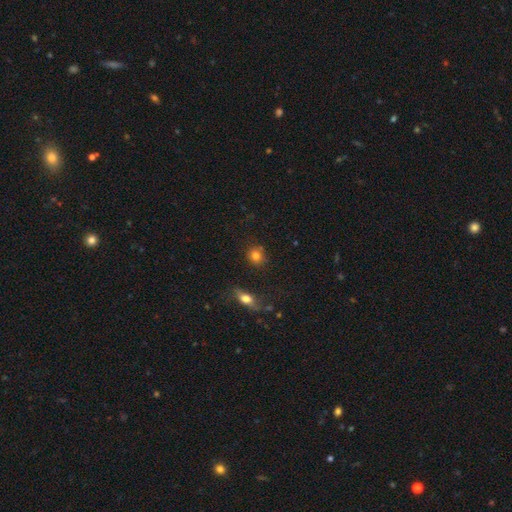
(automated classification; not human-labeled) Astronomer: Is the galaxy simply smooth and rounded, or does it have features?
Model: smooth — 80%.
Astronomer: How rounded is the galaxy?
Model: round — 77%.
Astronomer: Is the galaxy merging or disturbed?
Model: none — 78%.